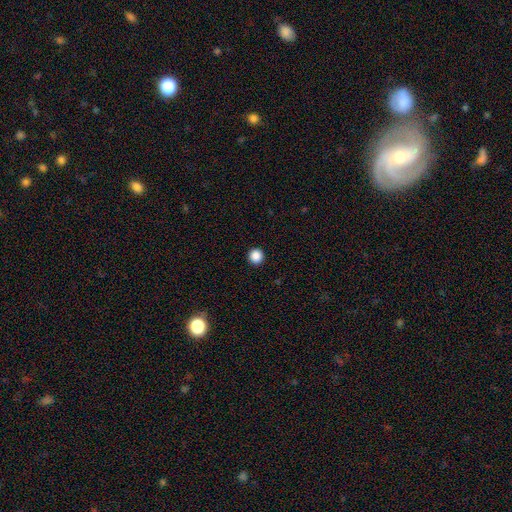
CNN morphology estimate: This is clearly a smooth galaxy (87%). How rounded: clearly round (94%). Merging: clearly none (94%).